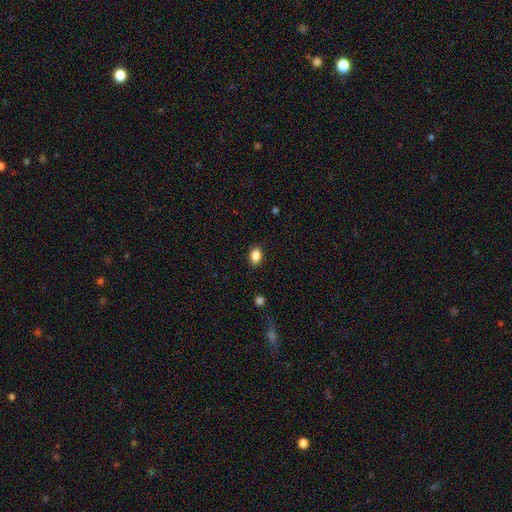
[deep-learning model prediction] Smooth or featured?
  - smooth: 87% *
  - star or artifact: 9%
  - featured or disk: 4%
How rounded?
  - in between: 77% *
  - round: 22%
  - cigar-shaped: 1%
Merging?
  - none: 88% *
  - minor disturbance: 9%
  - major disturbance: 2%
  - merger: 1%